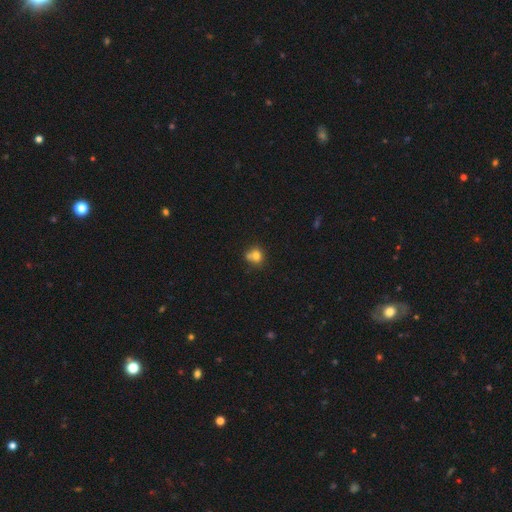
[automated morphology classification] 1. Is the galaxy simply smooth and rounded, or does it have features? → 76% smooth, 13% featured or disk, 12% star or artifact.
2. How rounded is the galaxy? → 76% round, 23% in between, 1% cigar-shaped.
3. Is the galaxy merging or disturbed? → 48% none, 33% merger, 14% minor disturbance, 5% major disturbance.